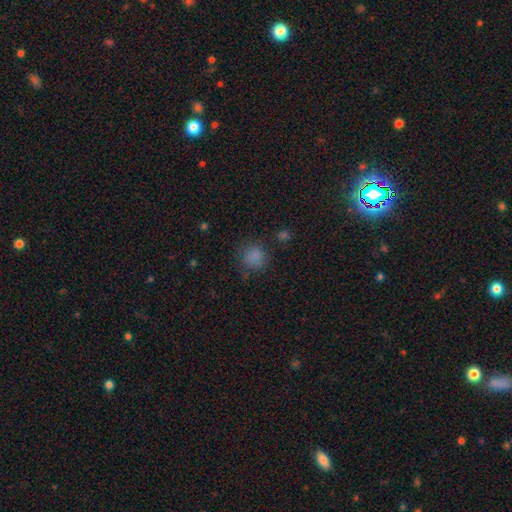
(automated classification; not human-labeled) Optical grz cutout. It shows a smooth galaxy with no disk features (75%) that is round (84%). Merging: none (74%).